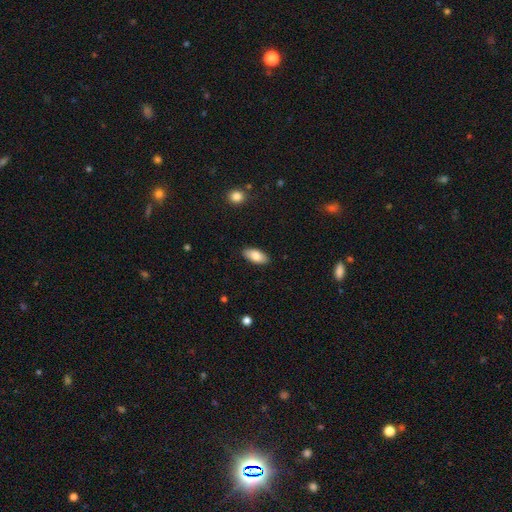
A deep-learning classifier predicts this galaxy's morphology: Smooth or featured? Predicted: smooth (p=0.84). How rounded? Predicted: in between (p=0.90). Merging? Predicted: none (p=0.88).